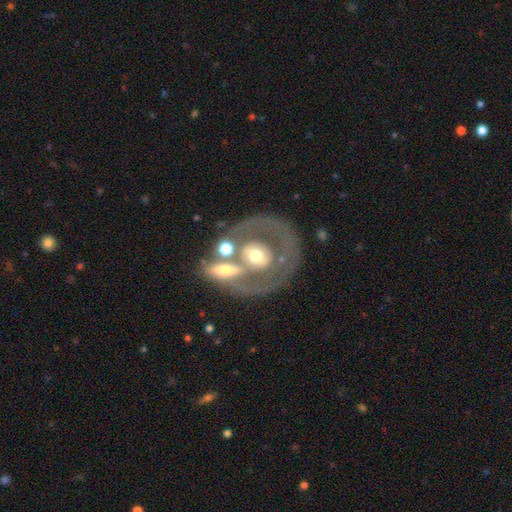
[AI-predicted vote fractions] The model was most divided on "merging": none: 47%, merger: 27%, minor disturbance: 14%, major disturbance: 13%. More confident: edge-on disk — no (92%); spiral arms — no (77%); bar — no (72%); bulge size — moderate (67%); smooth or featured — featured or disk (61%).